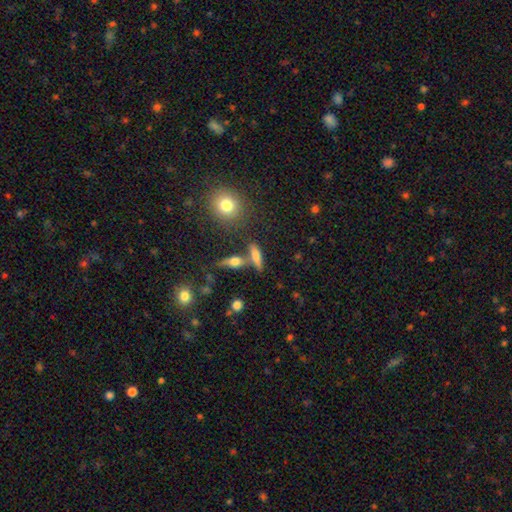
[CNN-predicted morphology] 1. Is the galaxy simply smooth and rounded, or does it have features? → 60% smooth, 29% featured or disk, 11% star or artifact.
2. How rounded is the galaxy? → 51% cigar-shaped, 41% in between, 9% round.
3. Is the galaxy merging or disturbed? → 63% none, 21% merger, 11% minor disturbance, 5% major disturbance.